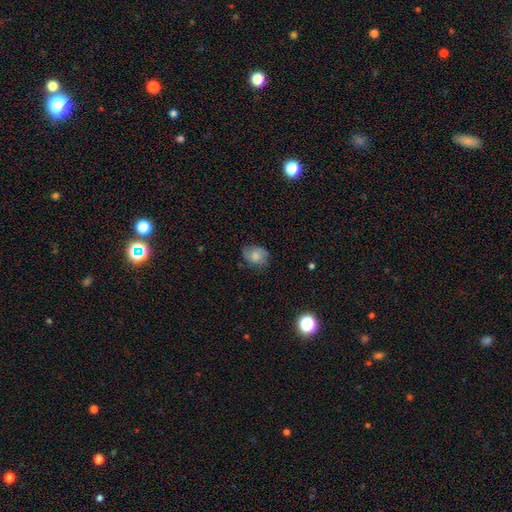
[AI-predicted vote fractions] Overall: smooth (72%). How rounded: in between (54%; round 45%). Merging: none (64%; minor disturbance 27%).